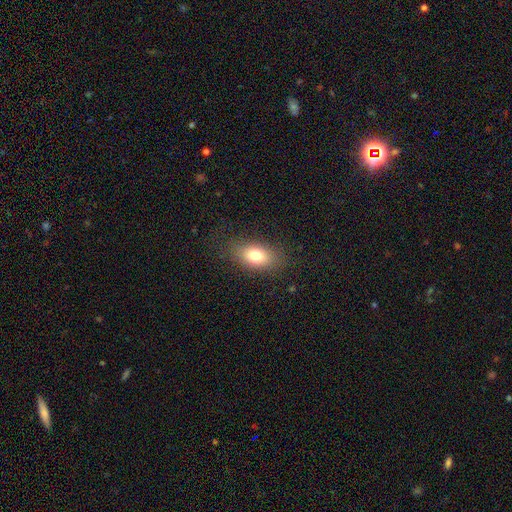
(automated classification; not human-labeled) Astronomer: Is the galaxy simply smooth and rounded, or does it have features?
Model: smooth — 77%.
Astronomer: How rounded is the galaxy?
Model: in between — 86%.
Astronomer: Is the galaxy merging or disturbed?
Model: none — 82%.